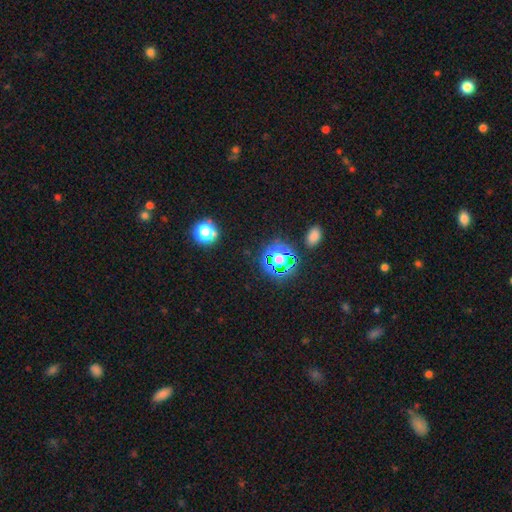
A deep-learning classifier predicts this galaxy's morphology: Overall: star or artifact (74%).